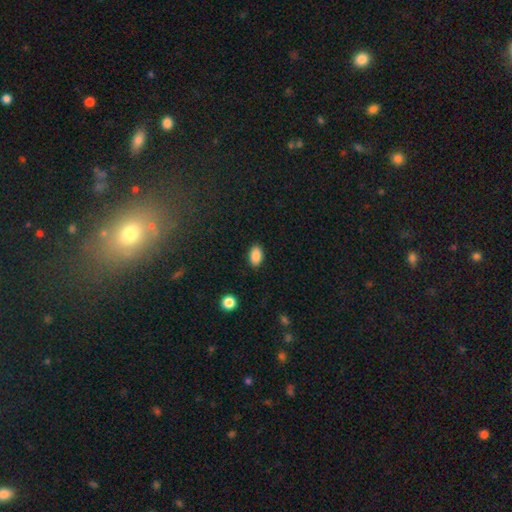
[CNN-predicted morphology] smooth-or-featured: smooth: 88% | star or artifact: 8% | featured or disk: 4%
  how-rounded: in between: 90% | round: 8% | cigar-shaped: 2%
  merging: none: 87% | minor disturbance: 9% | major disturbance: 2% | merger: 1%